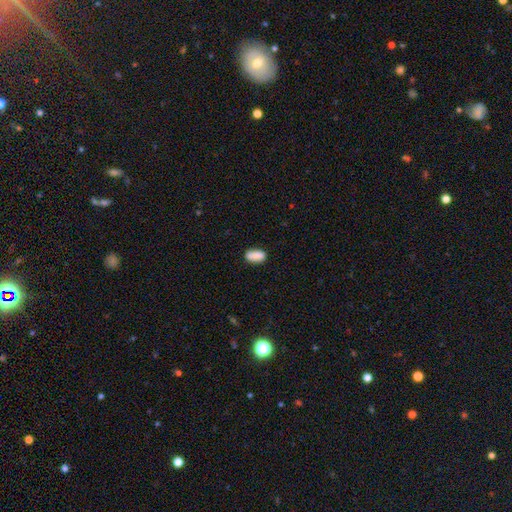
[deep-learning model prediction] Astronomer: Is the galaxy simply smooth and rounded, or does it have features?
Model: smooth — 77%.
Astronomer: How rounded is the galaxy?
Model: in between — 89%.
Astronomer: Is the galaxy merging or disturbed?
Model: none — 67%.